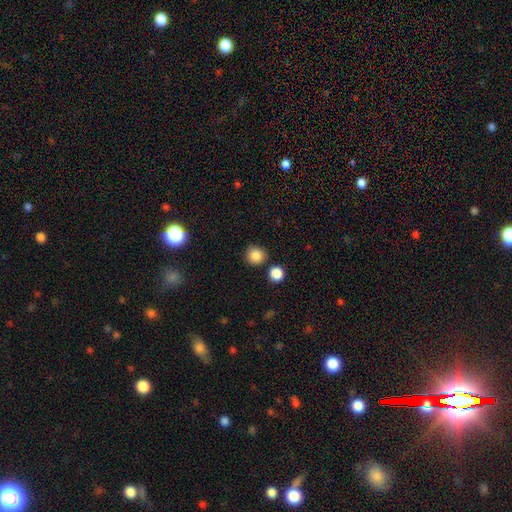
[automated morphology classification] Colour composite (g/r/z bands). It shows a smooth galaxy with no disk features (85%) that is round (92%). Merging: none (82%).